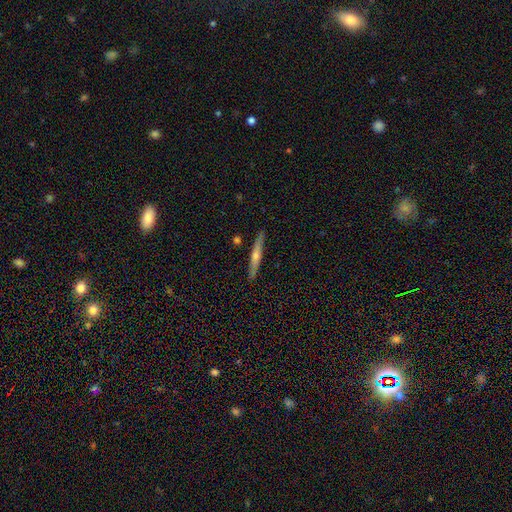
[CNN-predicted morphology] A featured or disk galaxy (59%) viewed edge-on (96%) with a rounded central bulge (74%). Merging: none (89%).